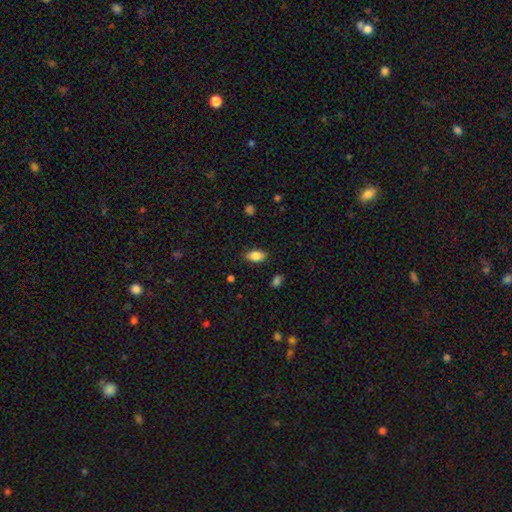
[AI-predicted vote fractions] Morphology: type=smooth (85%); roundness=in between (90%); merging=none (85%).